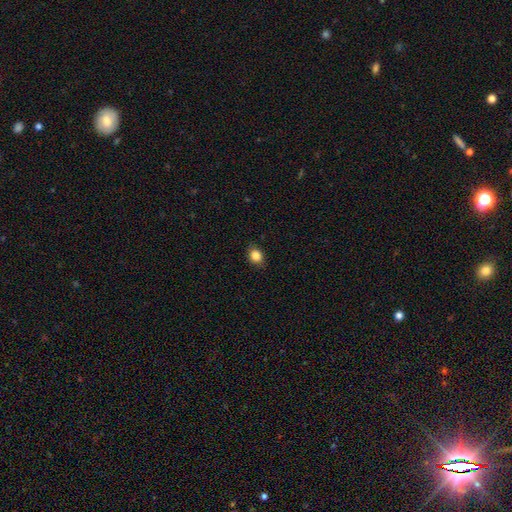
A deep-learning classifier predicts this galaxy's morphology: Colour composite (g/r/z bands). It shows a smooth galaxy with no disk features (85%) that is round (55%). Merging: none (86%).